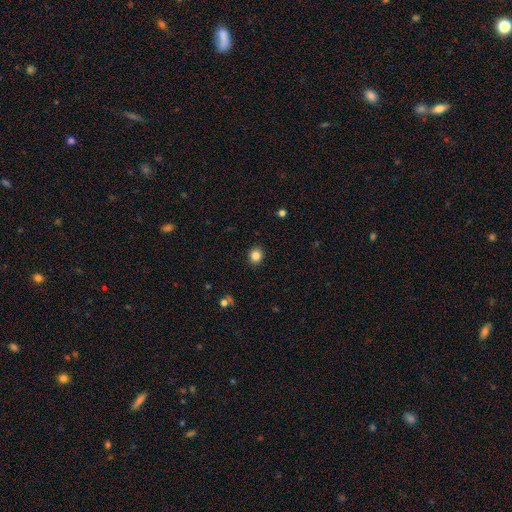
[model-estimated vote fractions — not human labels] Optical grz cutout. It shows a smooth galaxy with no disk features (84%) that is round (78%). Merging: none (91%).